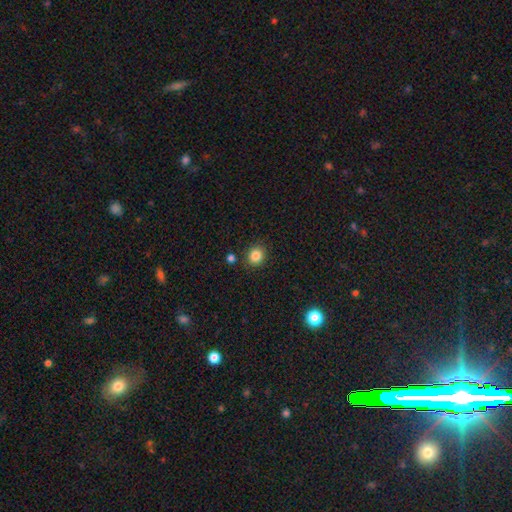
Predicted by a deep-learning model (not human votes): Q: Smooth or featured?
A: smooth (84%); runner-up: star or artifact (11%)
Q: How rounded?
A: round (77%); runner-up: in between (22%)
Q: Merging?
A: none (85%); runner-up: minor disturbance (8%)